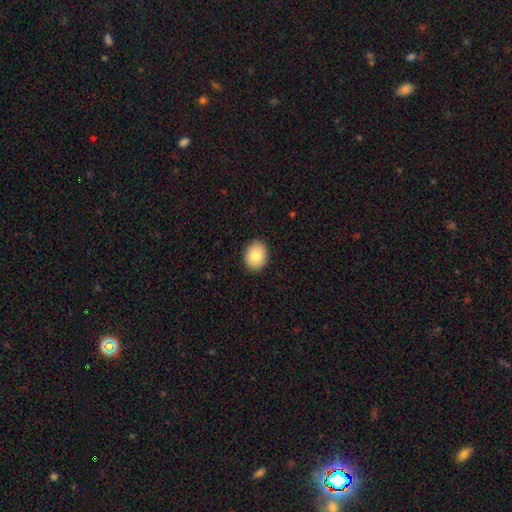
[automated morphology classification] Overall: smooth (85%). How rounded: in between (52%; round 48%). Merging: none (90%).